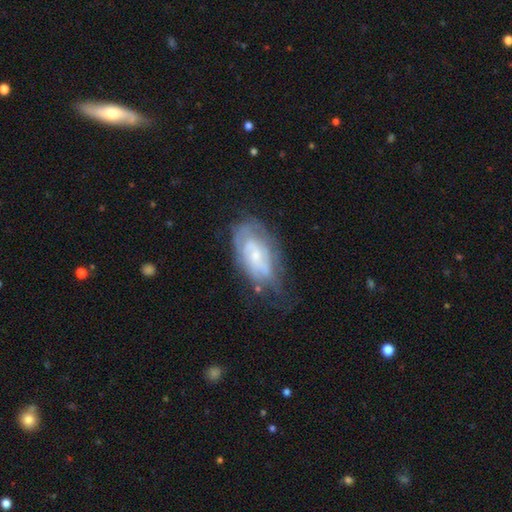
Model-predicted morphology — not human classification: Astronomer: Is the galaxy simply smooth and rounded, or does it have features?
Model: featured or disk — 68%.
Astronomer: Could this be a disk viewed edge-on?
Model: no — 93%.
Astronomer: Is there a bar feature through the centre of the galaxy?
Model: no — 66%.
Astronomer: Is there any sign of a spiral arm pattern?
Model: yes — 72%.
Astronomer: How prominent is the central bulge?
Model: small — 63%.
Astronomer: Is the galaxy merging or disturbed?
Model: none — 53%.